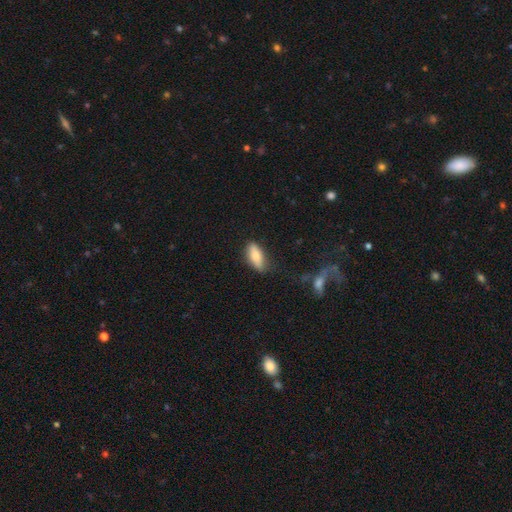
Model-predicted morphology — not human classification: Smooth or featured: smooth — 80% (featured or disk — 14%)
How rounded: in between — 69% (cigar-shaped — 28%)
Merging: none — 73% (minor disturbance — 20%)